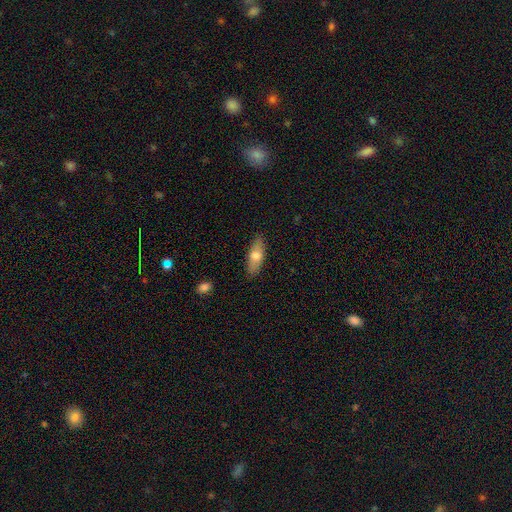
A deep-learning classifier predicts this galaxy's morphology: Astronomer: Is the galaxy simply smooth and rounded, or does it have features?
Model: smooth — 68%.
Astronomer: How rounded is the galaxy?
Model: in between — 67%.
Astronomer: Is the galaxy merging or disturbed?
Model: none — 86%.